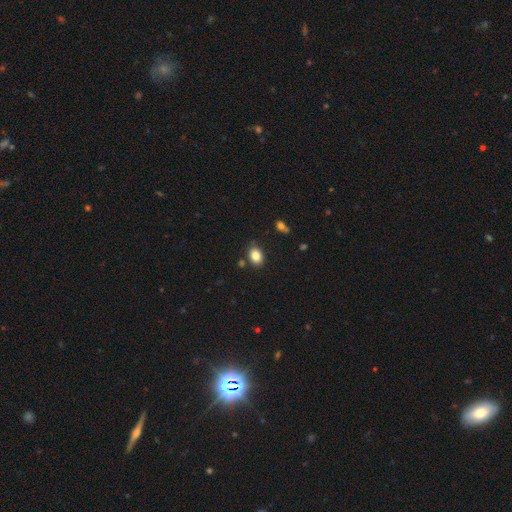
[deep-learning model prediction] Smooth or featured?
  - smooth: 84% *
  - star or artifact: 9%
  - featured or disk: 7%
How rounded?
  - in between: 72% *
  - round: 27%
  - cigar-shaped: 1%
Merging?
  - none: 80% *
  - minor disturbance: 13%
  - merger: 4%
  - major disturbance: 3%